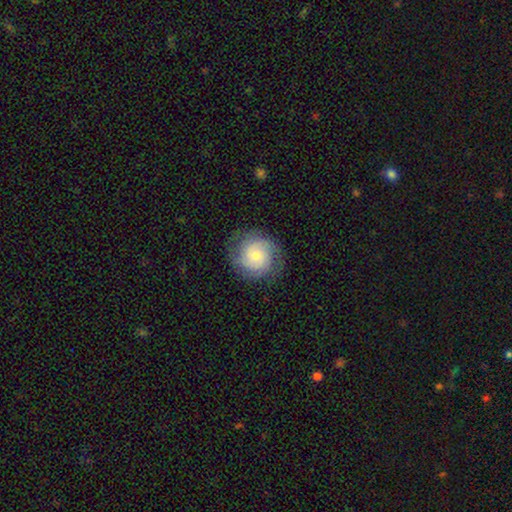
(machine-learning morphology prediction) This appears to be a featured or disk galaxy (61%) with no bar (77%), 2 (39%) tight (61%) spiral arms (91%) and a small central bulge (57%). Merging: none (79%).